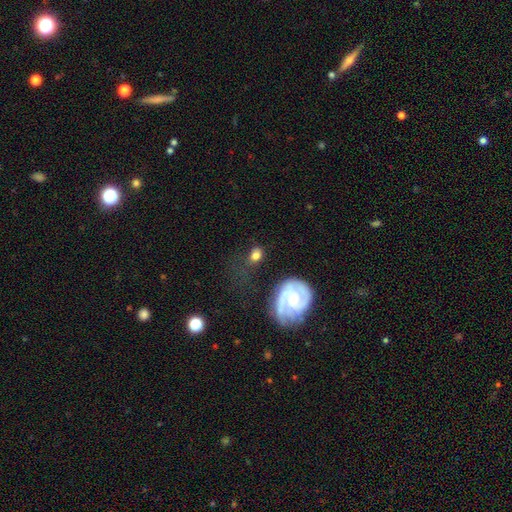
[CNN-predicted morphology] This is likely a smooth galaxy (67%). How rounded: possibly in between (59%). Merging: likely none (62%).